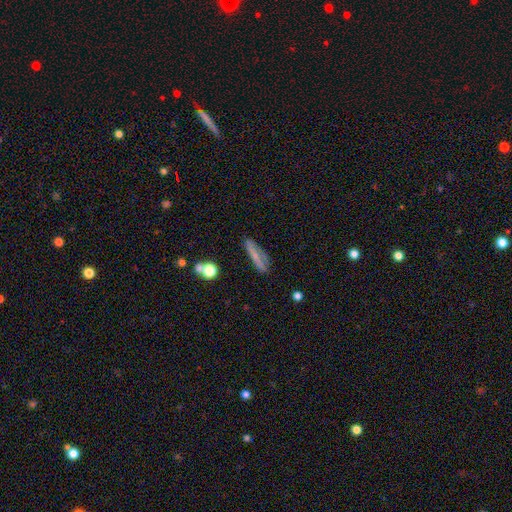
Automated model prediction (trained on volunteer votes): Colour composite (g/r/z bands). It shows a smooth galaxy with no disk features (56%) that is cigar-shaped (69%). Merging: none (74%).